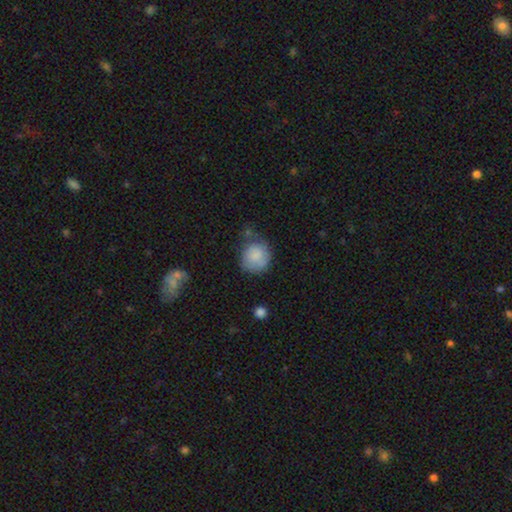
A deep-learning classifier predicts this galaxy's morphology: smooth-or-featured: smooth: 83% | featured or disk: 10% | star or artifact: 7%
  how-rounded: round: 84% | in between: 15% | cigar-shaped: 1%
  merging: none: 53% | minor disturbance: 30% | major disturbance: 11% | merger: 6%